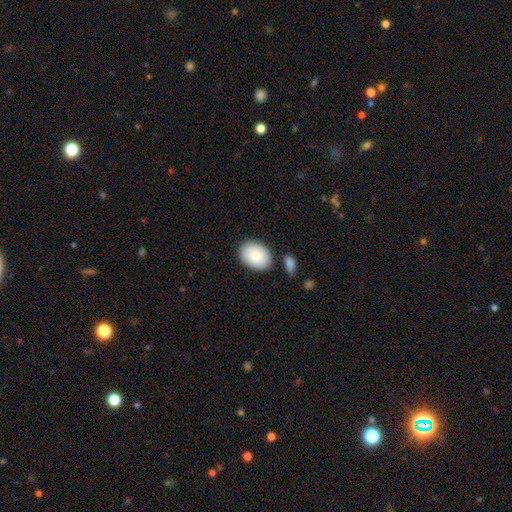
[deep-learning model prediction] This appears to be a smooth galaxy with no disk features (86%) that is in between round and cigar-shaped (77%). Merging: none (79%).